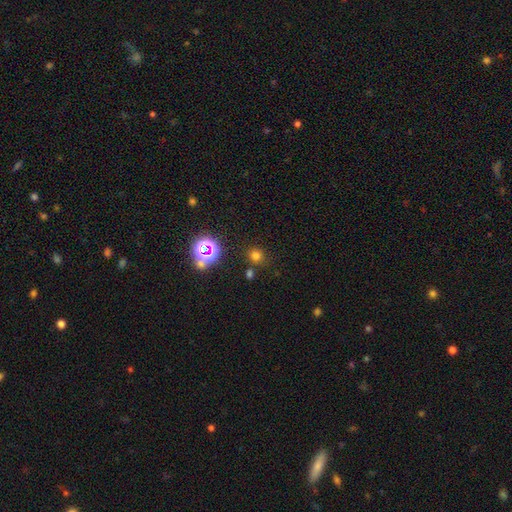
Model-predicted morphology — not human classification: smooth_or_featured: smooth (p=0.69) [alt: star or artifact p=0.25]
how_rounded: round (p=0.89) [alt: in between p=0.10]
merging: none (p=0.81) [alt: minor disturbance p=0.08]